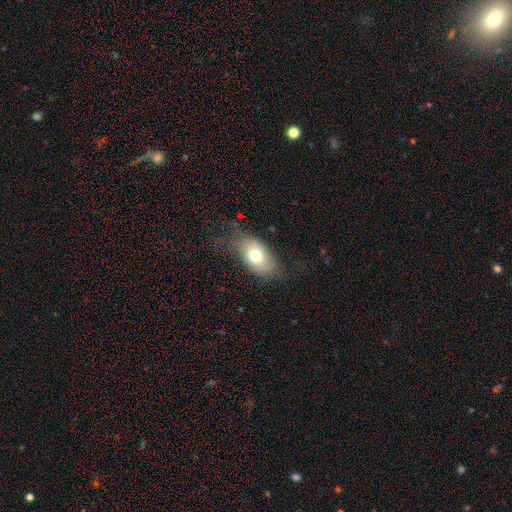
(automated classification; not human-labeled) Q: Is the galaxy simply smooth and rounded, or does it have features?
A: smooth — 72%.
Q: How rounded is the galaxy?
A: in between — 89%.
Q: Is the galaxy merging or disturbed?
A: none — 61%.